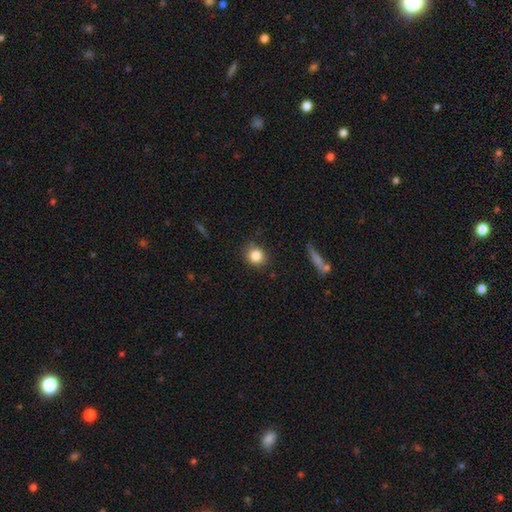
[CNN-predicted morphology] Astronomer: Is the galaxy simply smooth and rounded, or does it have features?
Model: smooth — 83%.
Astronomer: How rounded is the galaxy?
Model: round — 76%.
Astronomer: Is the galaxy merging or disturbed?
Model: none — 84%.